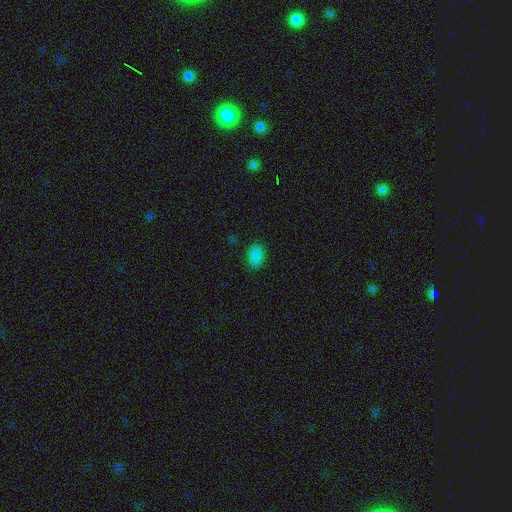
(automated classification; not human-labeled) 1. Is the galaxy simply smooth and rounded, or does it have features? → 86% smooth, 11% star or artifact, 3% featured or disk.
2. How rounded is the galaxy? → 89% in between, 10% round, 1% cigar-shaped.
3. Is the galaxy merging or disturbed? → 86% none, 10% minor disturbance, 2% major disturbance, 1% merger.